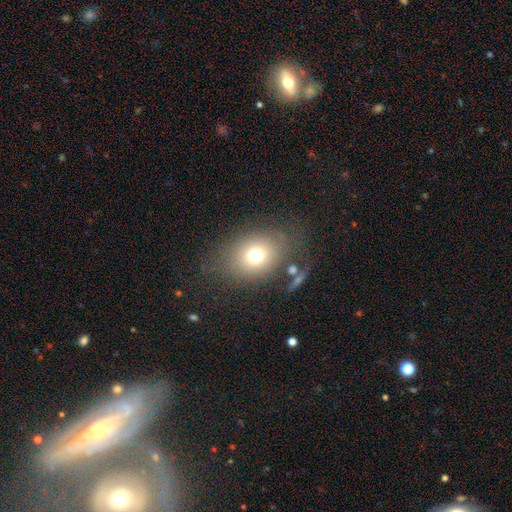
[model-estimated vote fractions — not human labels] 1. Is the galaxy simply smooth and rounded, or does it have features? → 70% smooth, 15% featured or disk, 15% star or artifact.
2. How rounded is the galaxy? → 54% in between, 45% round, 1% cigar-shaped.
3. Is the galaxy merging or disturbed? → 71% none, 14% minor disturbance, 10% major disturbance, 5% merger.